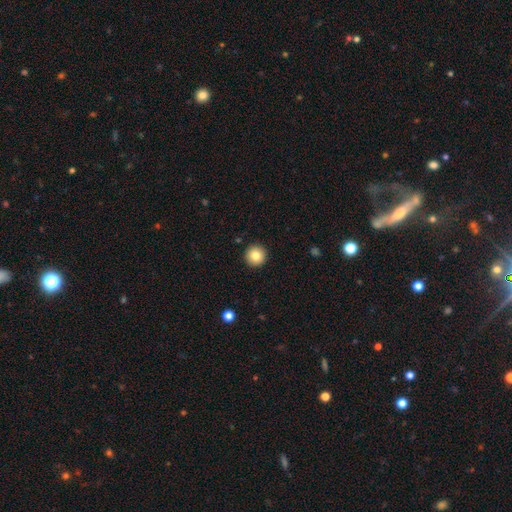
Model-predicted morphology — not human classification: Overall: smooth (82%). How rounded: round (96%). Merging: none (93%).